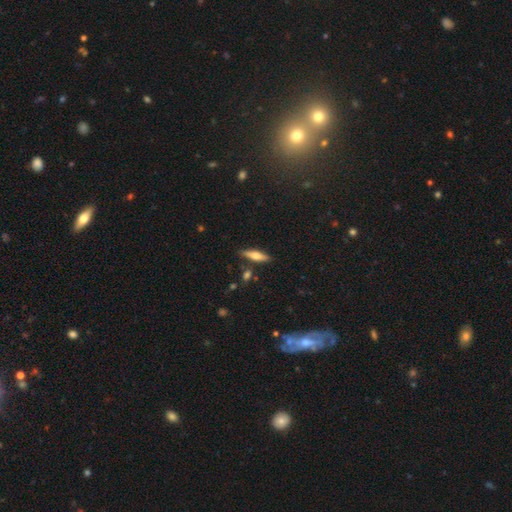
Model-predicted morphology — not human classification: This appears to be a smooth galaxy with no disk features (60%) that is cigar-shaped (65%). Merging: none (82%).